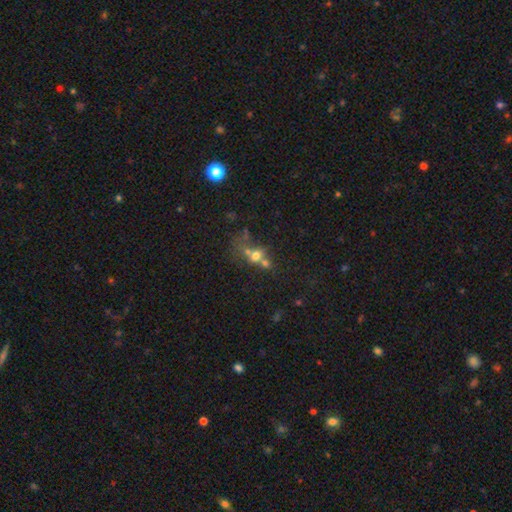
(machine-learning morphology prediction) Overall: smooth (55%; featured or disk 26%). How rounded: round (61%; in between 37%). Merging: merger (59%; none 24%).